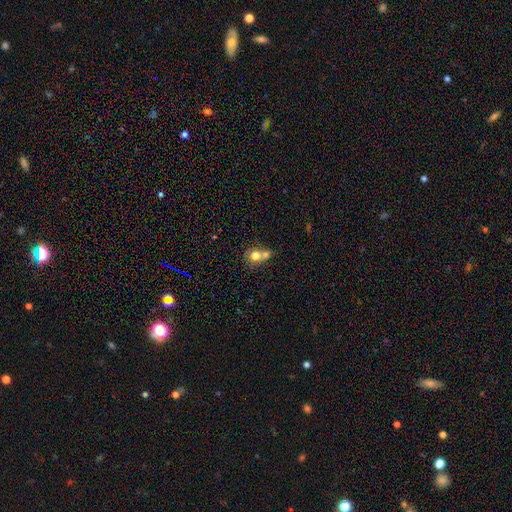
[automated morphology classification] Smooth or featured? Predicted: smooth (p=0.73). How rounded? Predicted: round (p=0.76). Merging? Predicted: merger (p=0.61).